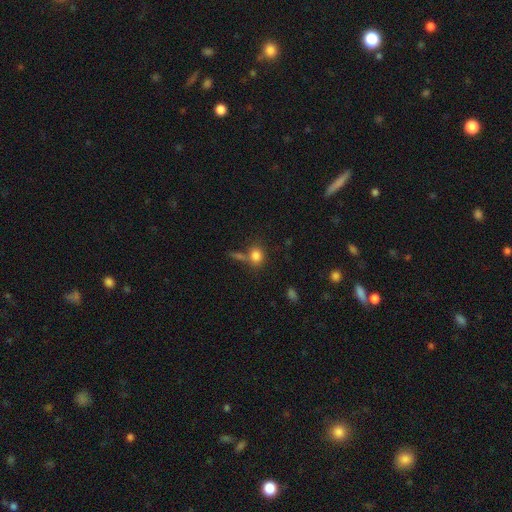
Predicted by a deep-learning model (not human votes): Smooth or featured?
  - smooth: 81% *
  - star or artifact: 11%
  - featured or disk: 8%
How rounded?
  - round: 62% *
  - in between: 36%
  - cigar-shaped: 2%
Merging?
  - none: 59% *
  - merger: 21%
  - minor disturbance: 13%
  - major disturbance: 7%